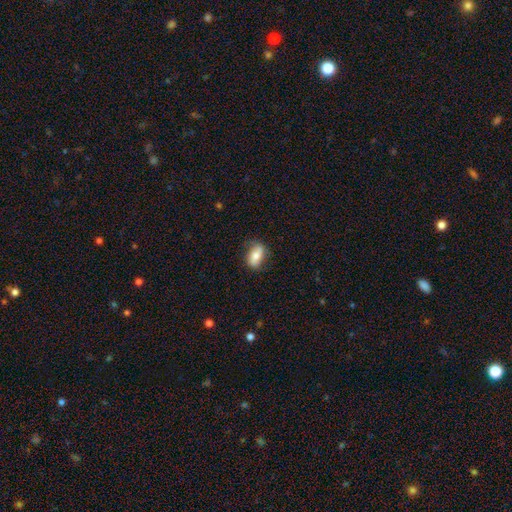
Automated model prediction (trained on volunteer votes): smooth 71%, featured or disk 22%, star or artifact 7%. Down the decision tree: how rounded — in between (88%); merging — none (74%).